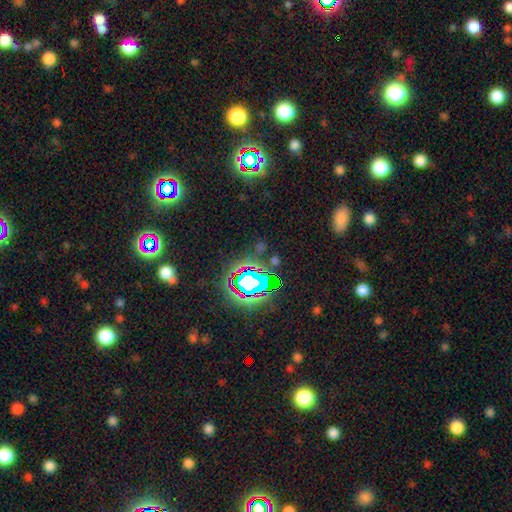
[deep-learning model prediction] Smooth or featured?
  - star or artifact: 77% *
  - smooth: 14%
  - featured or disk: 9%